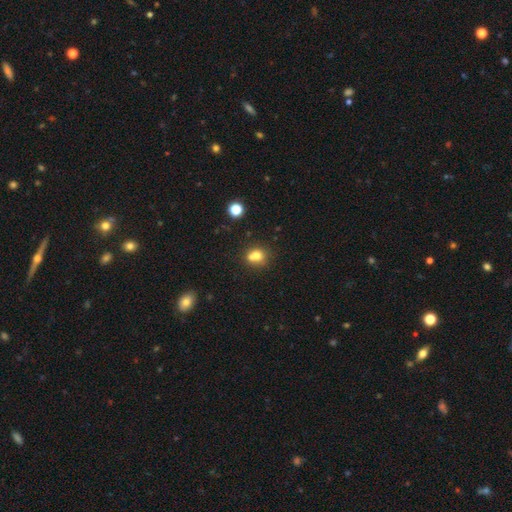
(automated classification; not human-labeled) Smooth or featured?
  - smooth: 72% *
  - featured or disk: 15%
  - star or artifact: 13%
How rounded?
  - round: 70% *
  - in between: 28%
  - cigar-shaped: 1%
Merging?
  - merger: 46% *
  - none: 40%
  - minor disturbance: 10%
  - major disturbance: 4%